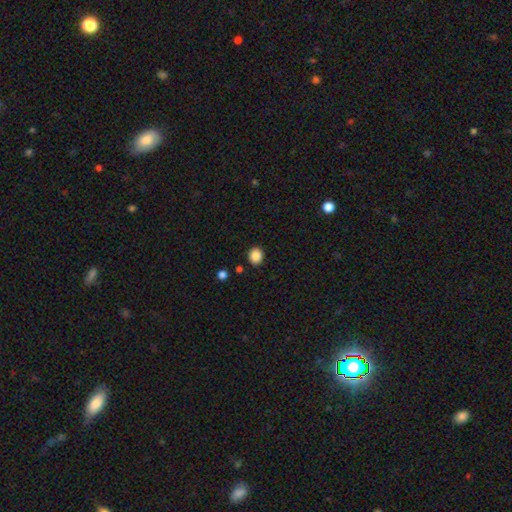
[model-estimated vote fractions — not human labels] Smooth or featured? smooth (87%)
How rounded? round (74%)
Merging? none (89%)